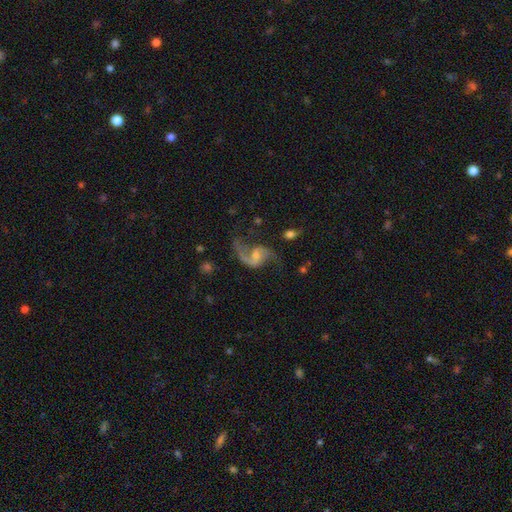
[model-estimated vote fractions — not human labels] The model was most divided on "bar": weak: 45%, no: 42%, strong: 13%. Remaining: edge-on disk — no (98%); spiral arms — yes (96%); smooth or featured — featured or disk (87%); spiral arm count — 2 (87%); spiral winding — loose (75%); merging — none (60%); bulge size — small (46%).